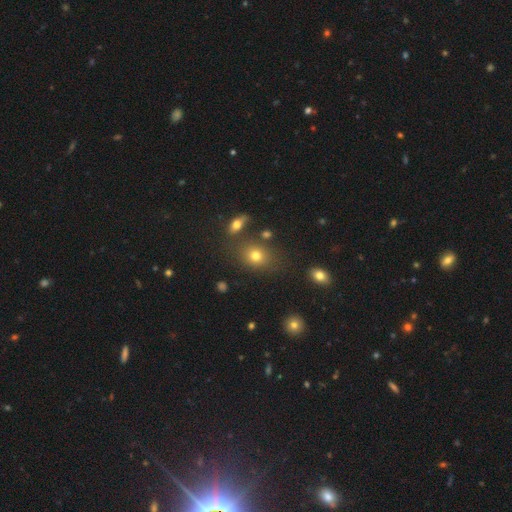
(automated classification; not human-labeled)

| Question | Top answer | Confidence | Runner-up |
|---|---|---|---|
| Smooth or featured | smooth | 74% | star or artifact (15%) |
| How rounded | round | 54% | in between (45%) |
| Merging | none | 72% | minor disturbance (13%) |